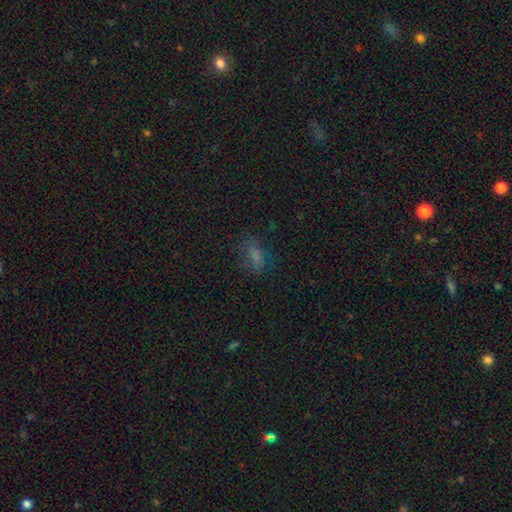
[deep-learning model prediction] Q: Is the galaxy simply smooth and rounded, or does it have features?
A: smooth — 63%.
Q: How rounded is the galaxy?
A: in between — 77%.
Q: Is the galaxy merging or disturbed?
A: none — 64%.